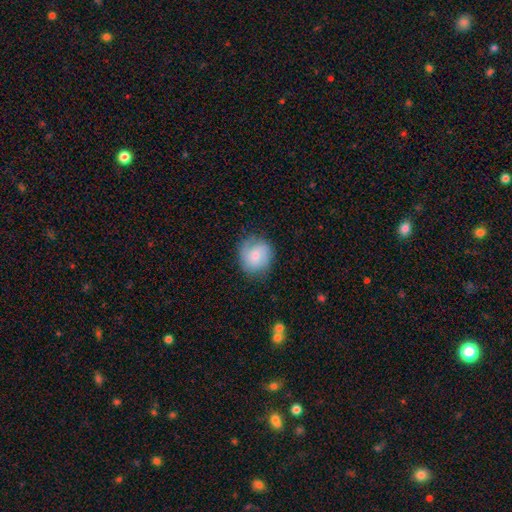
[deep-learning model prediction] smooth_or_featured: smooth (p=0.65) [alt: featured or disk p=0.27]
how_rounded: round (p=0.82) [alt: in between p=0.17]
merging: none (p=0.74) [alt: minor disturbance p=0.19]